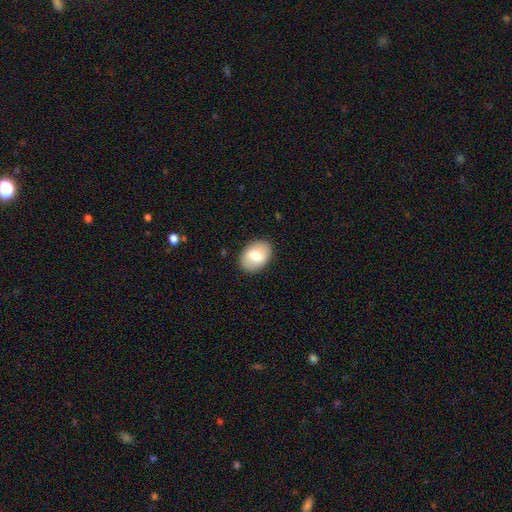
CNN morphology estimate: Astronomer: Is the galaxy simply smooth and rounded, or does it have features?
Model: smooth — 69%.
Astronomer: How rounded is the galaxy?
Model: in between — 81%.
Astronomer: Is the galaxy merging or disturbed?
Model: none — 87%.